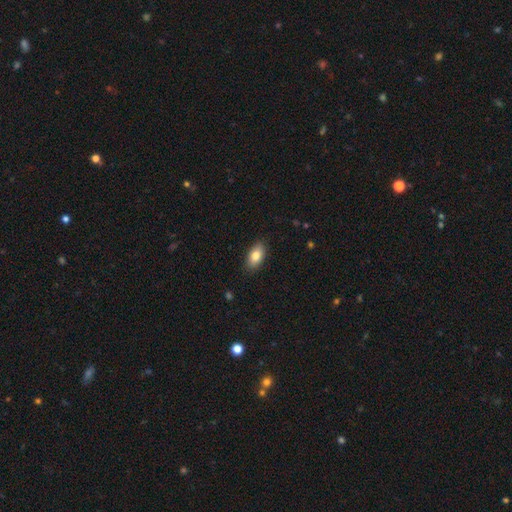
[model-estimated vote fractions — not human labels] This is clearly a smooth galaxy (82%). How rounded: clearly in between (91%). Merging: clearly none (87%).